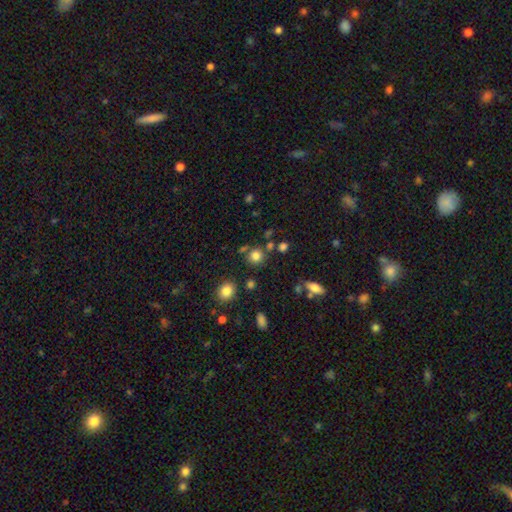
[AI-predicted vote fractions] This appears to be a smooth galaxy with no disk features (80%) that is round (88%). Merging: none (75%).